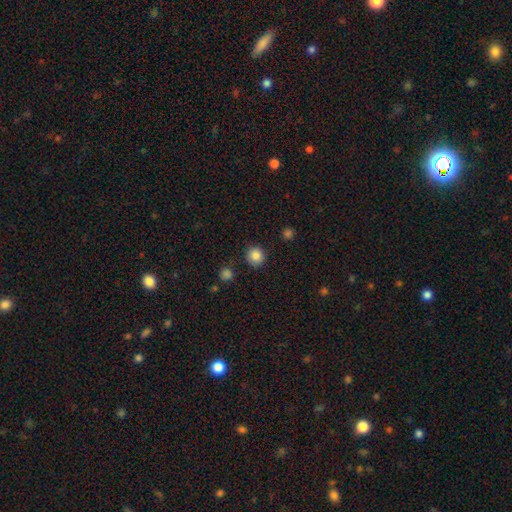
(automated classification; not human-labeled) This is clearly a smooth galaxy (84%). How rounded: clearly round (93%). Merging: clearly none (90%).